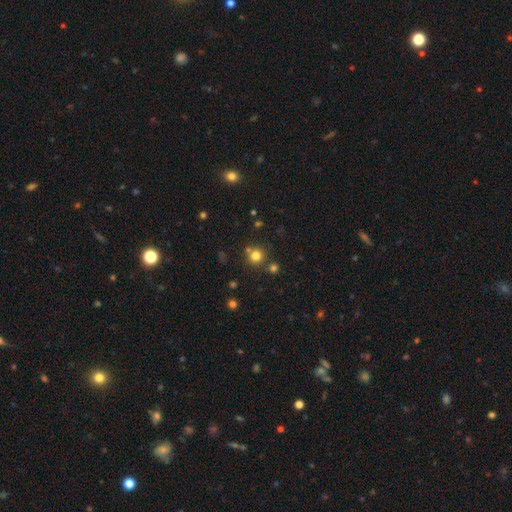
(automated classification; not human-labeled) smooth-or-featured: smooth: 77% | star or artifact: 16% | featured or disk: 7%
  how-rounded: round: 93% | in between: 6% | cigar-shaped: 1%
  merging: none: 78% | merger: 12% | minor disturbance: 7% | major disturbance: 3%